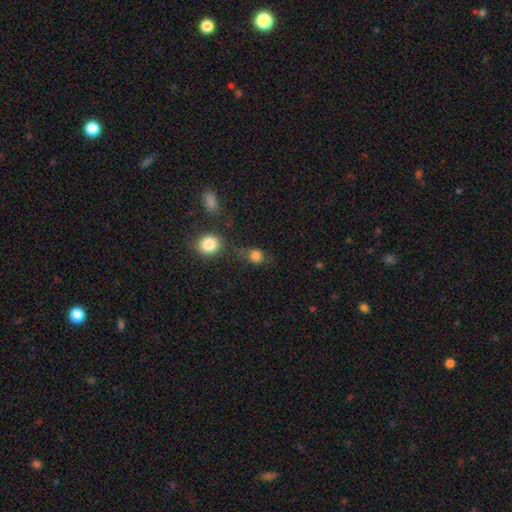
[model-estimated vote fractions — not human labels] This is likely a smooth galaxy (79%). How rounded: likely round (75%). Merging: possibly none (55%).